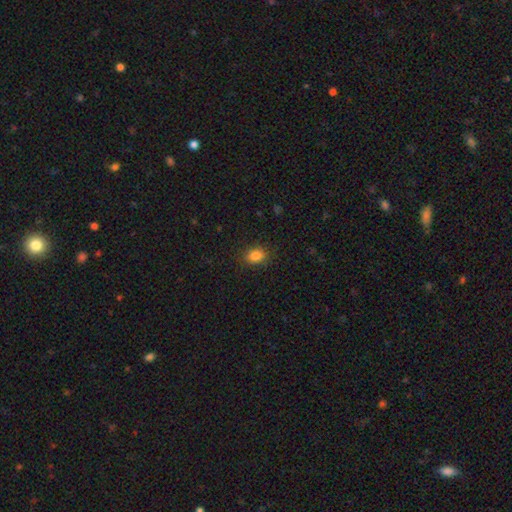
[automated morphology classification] smooth-or-featured: smooth: 84% | star or artifact: 10% | featured or disk: 5%
  how-rounded: in between: 70% | round: 29% | cigar-shaped: 1%
  merging: none: 87% | minor disturbance: 9% | major disturbance: 3% | merger: 1%